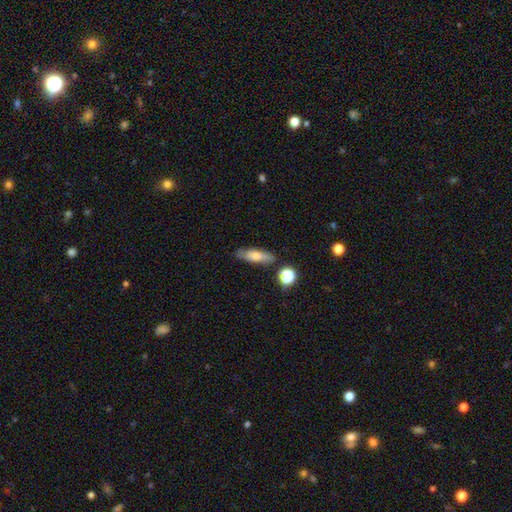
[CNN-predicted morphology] smooth 61%, featured or disk 29%, star or artifact 9%. Down the decision tree: how rounded — in between (53%); merging — none (76%).